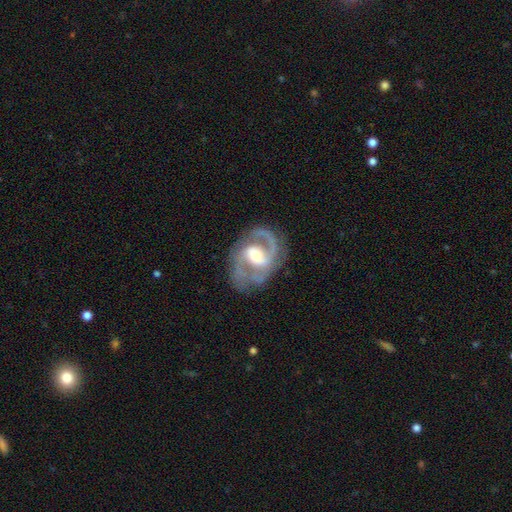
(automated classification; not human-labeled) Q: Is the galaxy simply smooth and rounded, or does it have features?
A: featured or disk — 88%.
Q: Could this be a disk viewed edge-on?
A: no — 97%.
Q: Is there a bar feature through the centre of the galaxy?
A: weak — 48%.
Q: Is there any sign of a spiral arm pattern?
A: yes — 95%.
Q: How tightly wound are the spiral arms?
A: medium — 59%.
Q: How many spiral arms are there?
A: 2 — 86%.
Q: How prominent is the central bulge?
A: moderate — 61%.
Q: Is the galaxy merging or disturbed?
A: none — 73%.